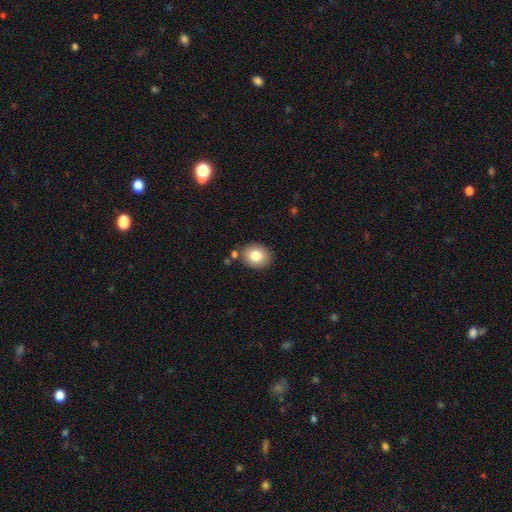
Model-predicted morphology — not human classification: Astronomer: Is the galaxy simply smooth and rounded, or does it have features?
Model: smooth — 81%.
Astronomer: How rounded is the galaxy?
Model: round — 61% (runner-up: in between, 38%).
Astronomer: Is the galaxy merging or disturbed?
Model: none — 82%.